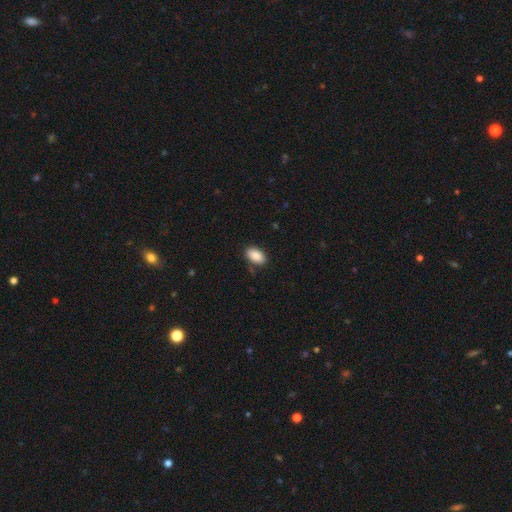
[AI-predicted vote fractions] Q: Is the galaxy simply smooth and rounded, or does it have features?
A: smooth — 90%.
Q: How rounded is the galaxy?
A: in between — 93%.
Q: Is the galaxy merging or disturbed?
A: none — 86%.